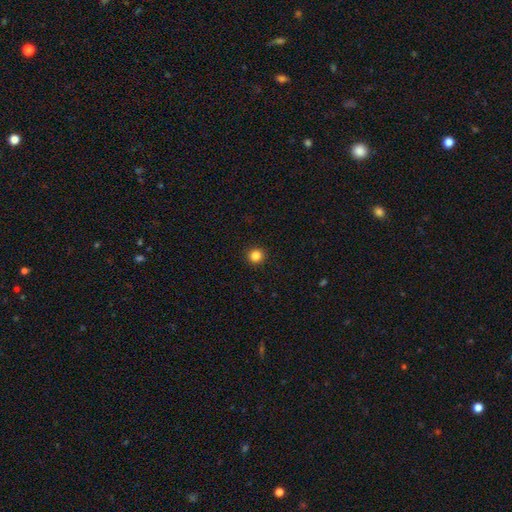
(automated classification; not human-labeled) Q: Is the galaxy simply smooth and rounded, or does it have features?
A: smooth — 84%.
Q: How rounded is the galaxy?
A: round — 94%.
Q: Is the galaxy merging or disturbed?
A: none — 93%.